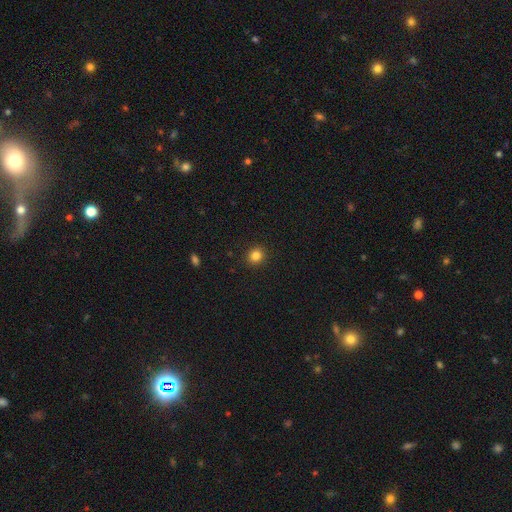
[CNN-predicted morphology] This appears to be a smooth galaxy with no disk features (84%) that is round (86%). Merging: none (92%).